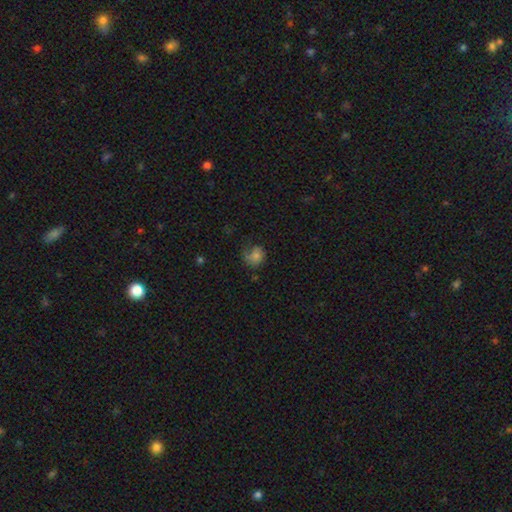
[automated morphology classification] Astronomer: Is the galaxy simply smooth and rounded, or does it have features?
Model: smooth — 62%.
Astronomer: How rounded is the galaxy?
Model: round — 68%.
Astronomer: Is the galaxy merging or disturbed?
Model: none — 43% (runner-up: major disturbance, 28%).